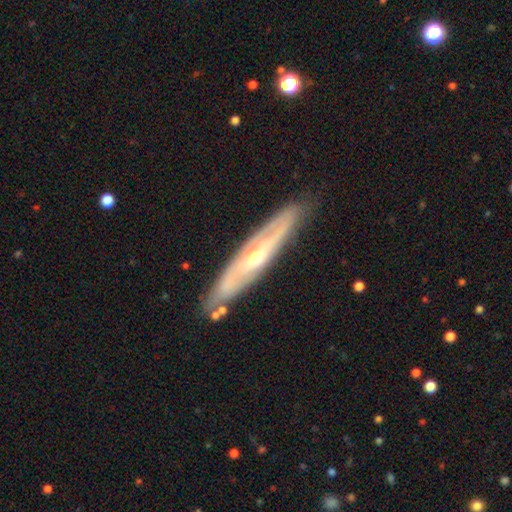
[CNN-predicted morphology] smooth_or_featured: featured or disk (p=0.75) [alt: smooth p=0.19]
disk_edge_on: yes (p=0.56) [alt: no p=0.44]
merging: none (p=0.83) [alt: minor disturbance p=0.12]